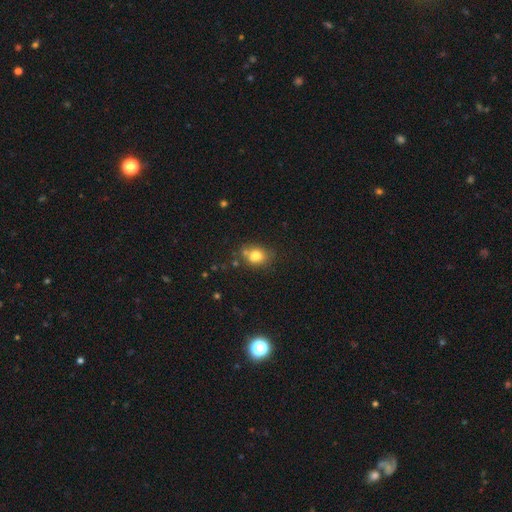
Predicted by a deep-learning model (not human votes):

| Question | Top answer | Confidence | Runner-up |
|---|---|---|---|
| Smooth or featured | smooth | 78% | star or artifact (11%) |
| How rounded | in between | 50% | round (49%) |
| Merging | none | 61% | minor disturbance (20%) |